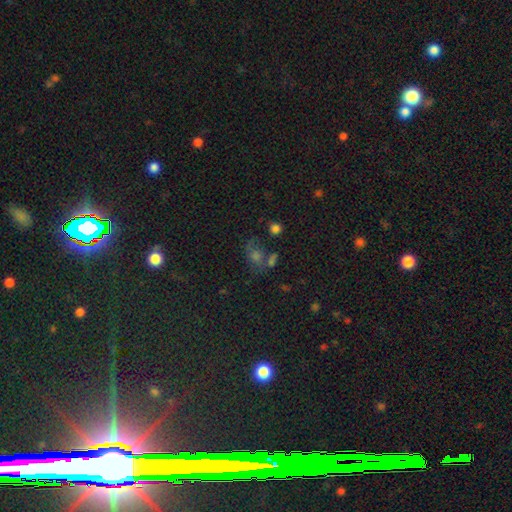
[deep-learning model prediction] A smooth galaxy with no disk features (41%).

Vote fractions:
- Smooth or featured? smooth: 41% / star or artifact: 36% / featured or disk: 23%
- Merging? none: 47% / merger: 21% / minor disturbance: 18% / major disturbance: 15%